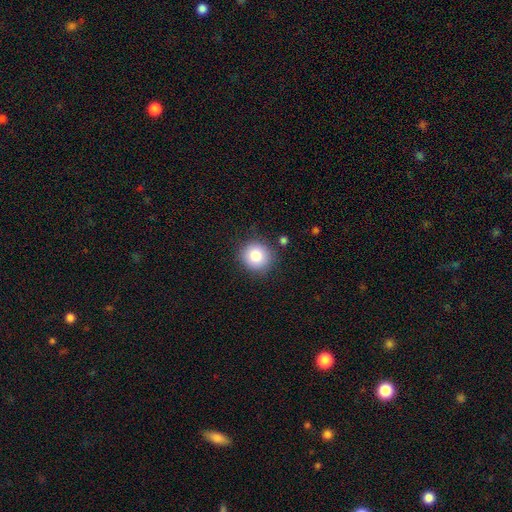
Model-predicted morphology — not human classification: The model was most divided on "smooth or featured": smooth: 82%, star or artifact: 10%, featured or disk: 8%. More confident: how rounded — round (92%); merging — none (85%).